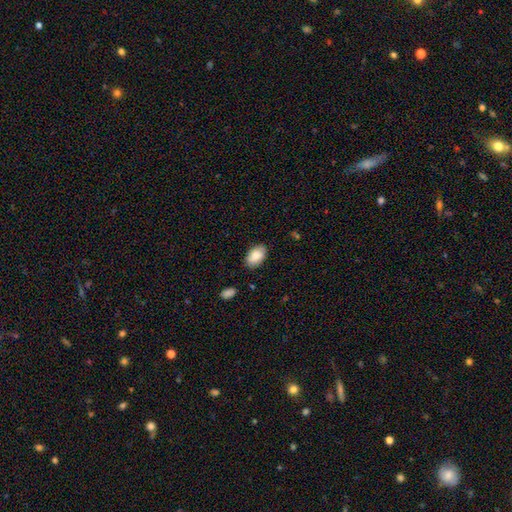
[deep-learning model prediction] A smooth galaxy with no disk features (83%) that is in between round and cigar-shaped (92%). Merging: none (83%).